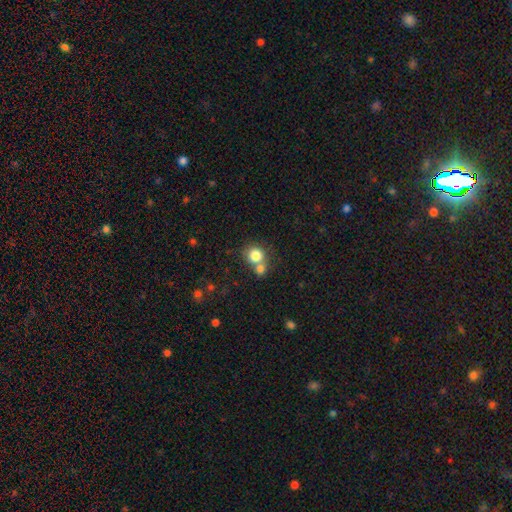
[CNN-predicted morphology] Smooth or featured? smooth (81%)
How rounded? round (84%)
Merging? none (47%)